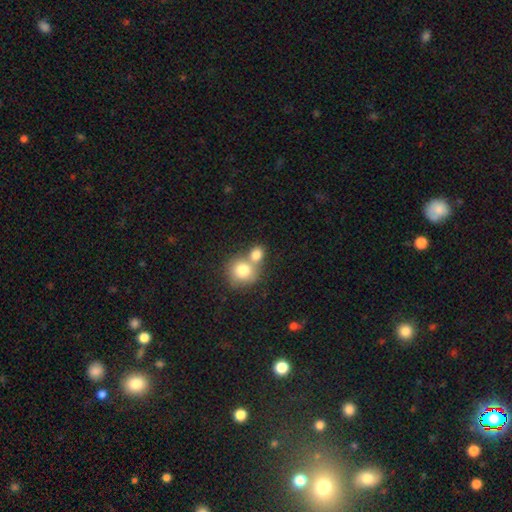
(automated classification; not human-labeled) Smooth or featured: smooth — 79% (featured or disk — 12%)
How rounded: round — 75% (in between — 24%)
Merging: merger — 56% (none — 34%)